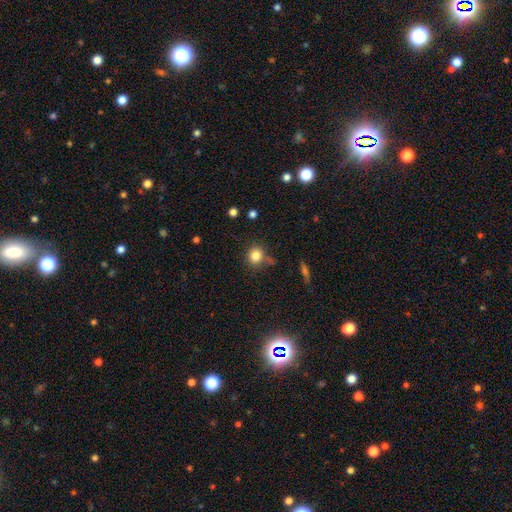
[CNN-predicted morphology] smooth_or_featured: smooth (p=0.82) [alt: star or artifact p=0.12]
how_rounded: round (p=0.81) [alt: in between p=0.18]
merging: none (p=0.72) [alt: minor disturbance p=0.15]